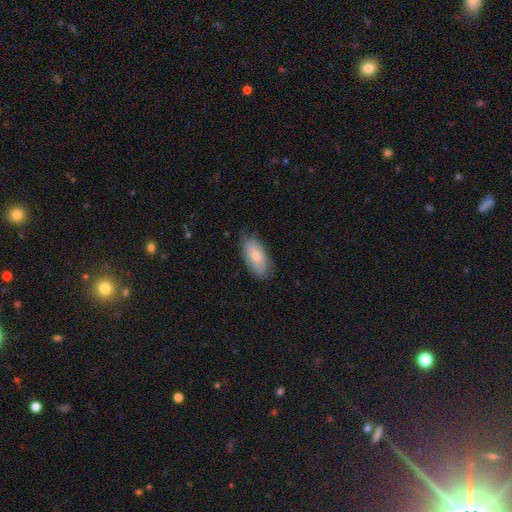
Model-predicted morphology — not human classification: The model was most divided on "merging": none: 72%, minor disturbance: 22%, major disturbance: 4%, merger: 1%. More confident: how rounded — in between (91%); smooth or featured — smooth (75%).